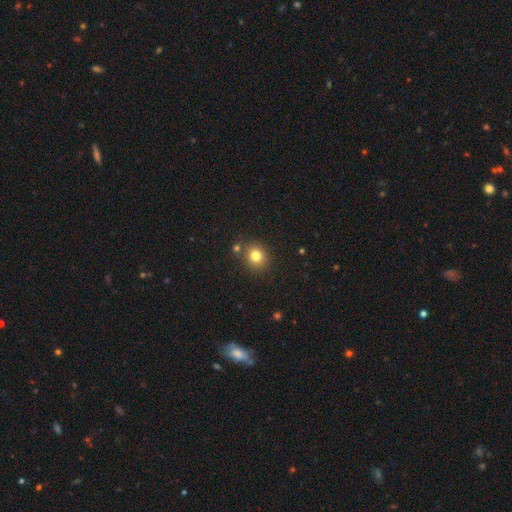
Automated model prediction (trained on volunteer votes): A smooth galaxy with no disk features (79%) that is round (76%). Merging: none (81%).